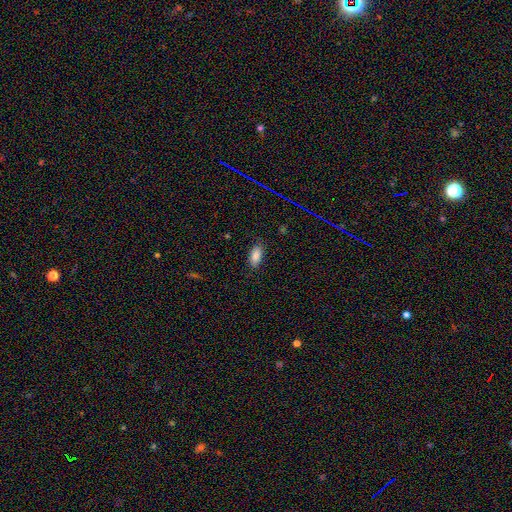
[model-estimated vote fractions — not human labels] This appears to be a smooth galaxy with no disk features (85%) that is in between round and cigar-shaped (88%). Merging: none (84%).